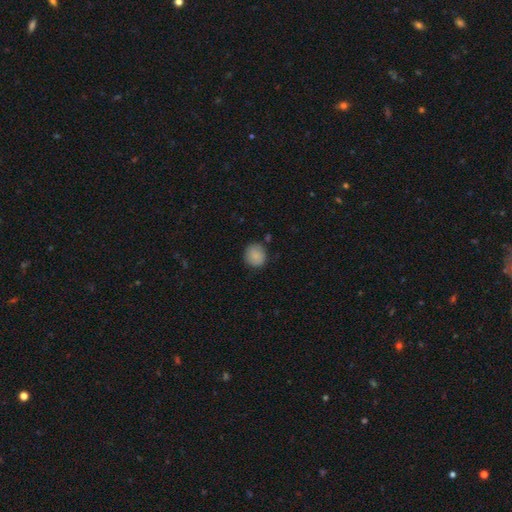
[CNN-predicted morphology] The model was most divided on "merging": none: 83%, minor disturbance: 12%, major disturbance: 3%, merger: 3%. More confident: how rounded — round (89%); smooth or featured — smooth (87%).